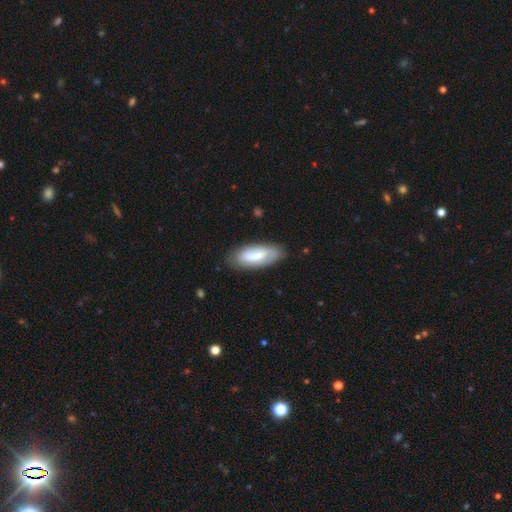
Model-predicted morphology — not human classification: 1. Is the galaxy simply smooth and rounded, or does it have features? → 54% smooth, 40% featured or disk, 6% star or artifact.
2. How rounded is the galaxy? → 81% in between, 17% cigar-shaped, 2% round.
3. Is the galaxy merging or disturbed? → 79% none, 15% minor disturbance, 4% major disturbance, 1% merger.